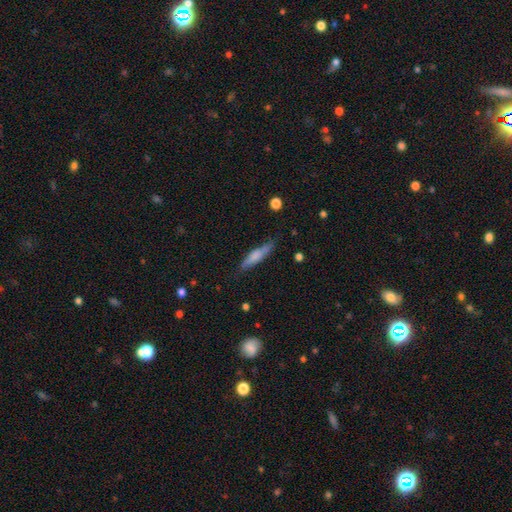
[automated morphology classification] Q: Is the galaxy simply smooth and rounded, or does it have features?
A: smooth — 68%.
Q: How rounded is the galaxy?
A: cigar-shaped — 80%.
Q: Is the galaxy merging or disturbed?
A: none — 76%.